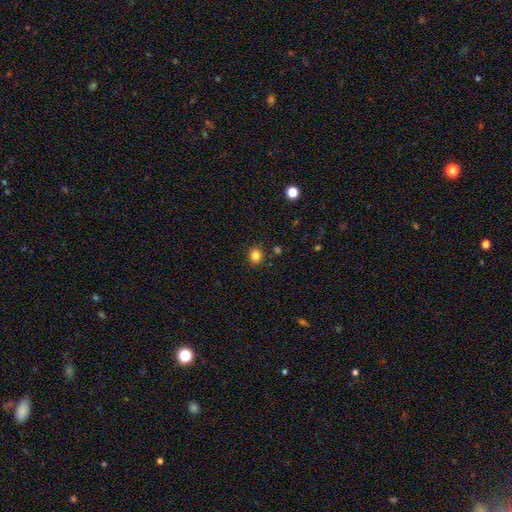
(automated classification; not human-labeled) smooth 83%, star or artifact 12%, featured or disk 5%. Down the decision tree: how rounded — round (85%); merging — none (89%).